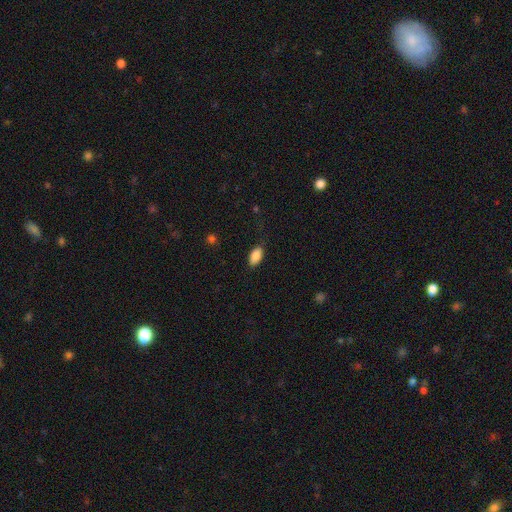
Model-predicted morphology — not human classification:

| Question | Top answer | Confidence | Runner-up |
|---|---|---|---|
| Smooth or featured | smooth | 87% | star or artifact (7%) |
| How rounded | in between | 93% | round (4%) |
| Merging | none | 79% | minor disturbance (16%) |